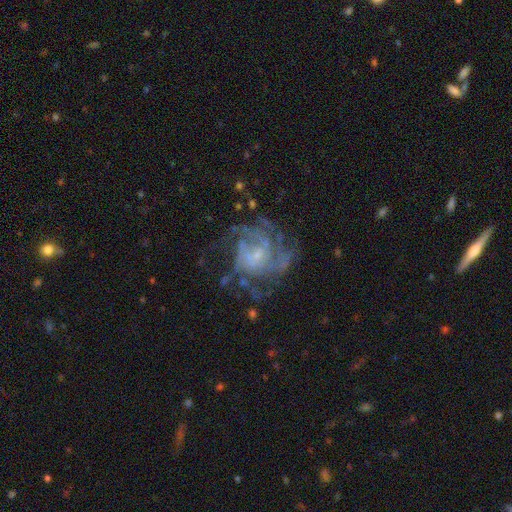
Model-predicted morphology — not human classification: featured or disk 81%, star or artifact 10%, smooth 9%. Down the decision tree: edge-on disk — no (98%); bar — no (64%); spiral arms — yes (88%); spiral arm count — can't tell (35%); spiral winding — tight (44%); bulge size — small (67%); merging — none (59%).